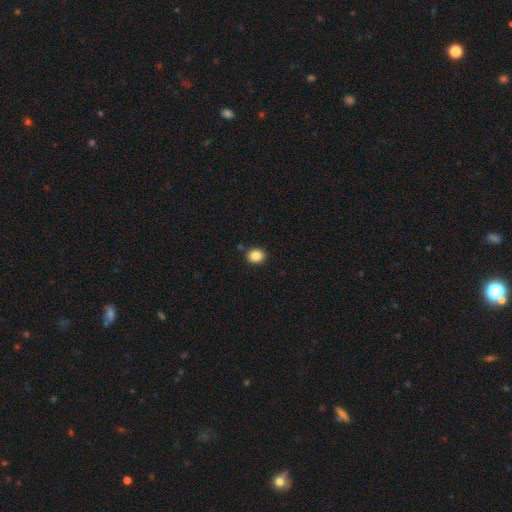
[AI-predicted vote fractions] smooth-or-featured: smooth: 86% | star or artifact: 10% | featured or disk: 4%
  how-rounded: round: 67% | in between: 32% | cigar-shaped: 1%
  merging: none: 87% | minor disturbance: 8% | merger: 3% | major disturbance: 2%